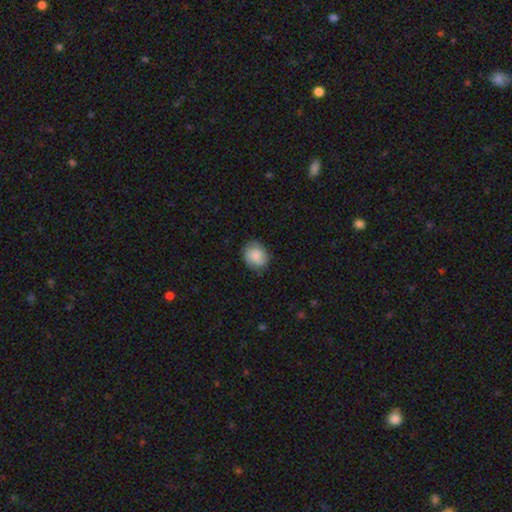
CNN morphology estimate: Overall: smooth (78%). How rounded: round (65%; in between 34%). Merging: none (79%).